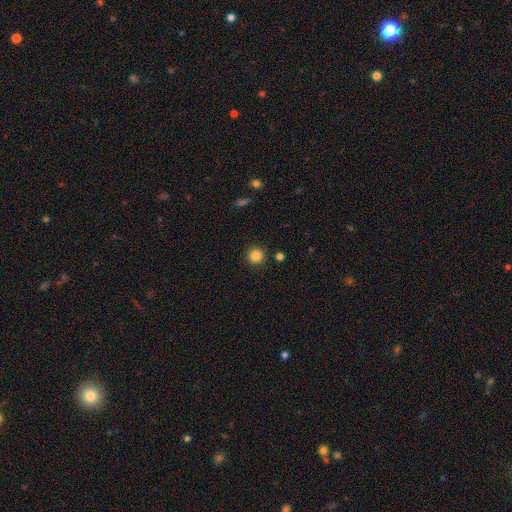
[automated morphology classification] Smooth or featured: smooth — 85% (star or artifact — 11%)
How rounded: round — 95% (in between — 4%)
Merging: none — 90% (minor disturbance — 6%)